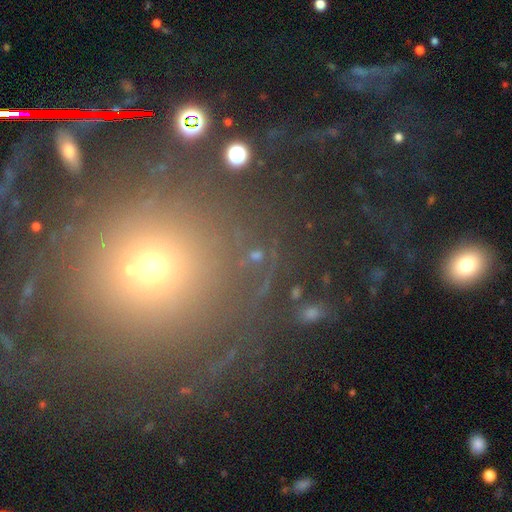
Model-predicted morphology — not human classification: This is possibly a star or artifact rather than a galaxy (48%).